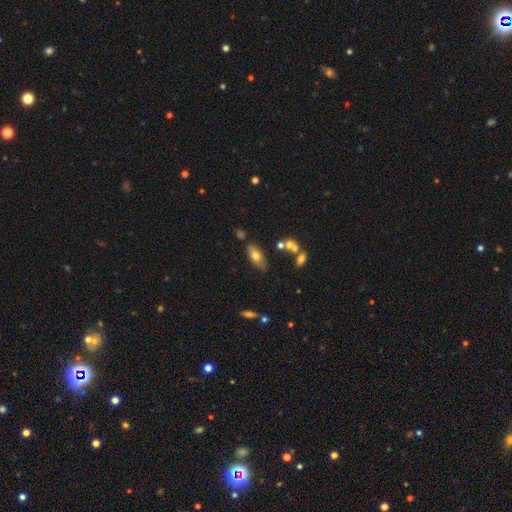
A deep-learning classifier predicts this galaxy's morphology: Q: Smooth or featured?
A: smooth (69%); runner-up: featured or disk (22%)
Q: How rounded?
A: in between (83%); runner-up: cigar-shaped (14%)
Q: Merging?
A: none (69%); runner-up: minor disturbance (18%)